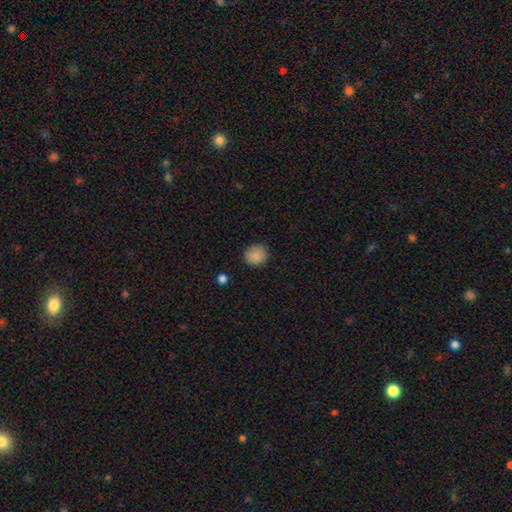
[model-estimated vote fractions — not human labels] A smooth galaxy with no disk features (88%) that is round (83%).

Vote fractions:
- Smooth or featured? smooth: 88% / star or artifact: 9% / featured or disk: 3%
- How rounded? round: 83% / in between: 16% / cigar-shaped: 1%
- Merging? none: 89% / minor disturbance: 8% / major disturbance: 2% / merger: 1%